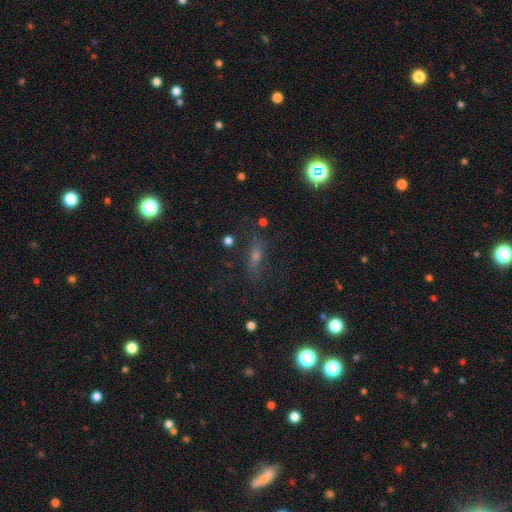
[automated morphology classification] This is marginally a smooth galaxy (45%). Merging: likely none (71%).